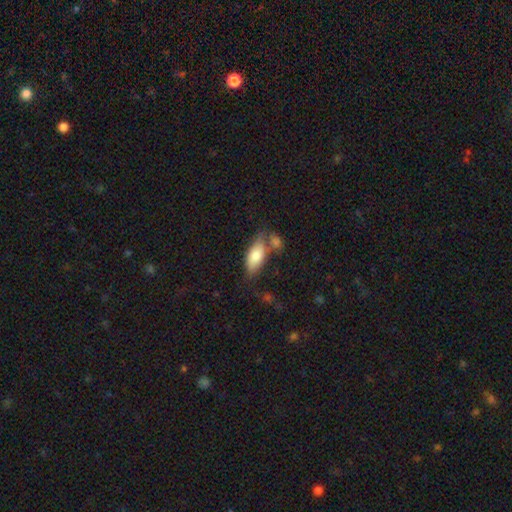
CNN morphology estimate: Overall: smooth (78%). How rounded: in between (85%). Merging: none (51%; merger 23%).